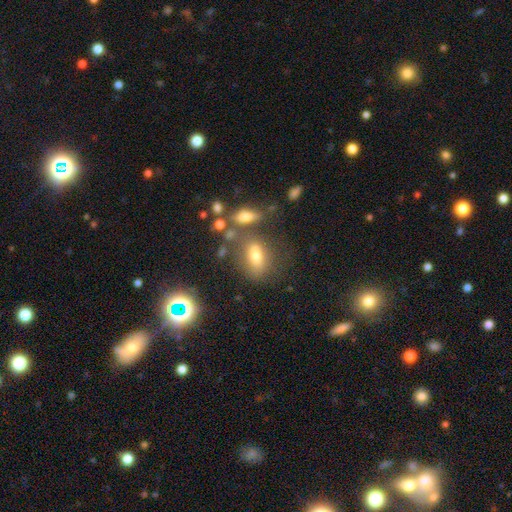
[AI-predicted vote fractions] This appears to be a smooth galaxy with no disk features (66%) that is in between round and cigar-shaped (76%). Merging: none (55%).